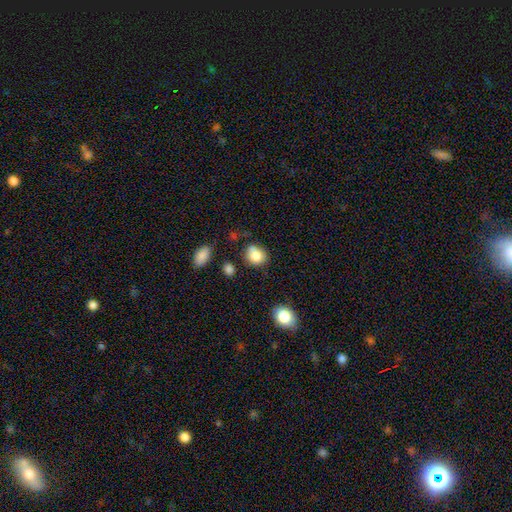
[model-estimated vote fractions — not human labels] Overall: smooth (82%). How rounded: round (67%; in between 32%). Merging: none (63%).